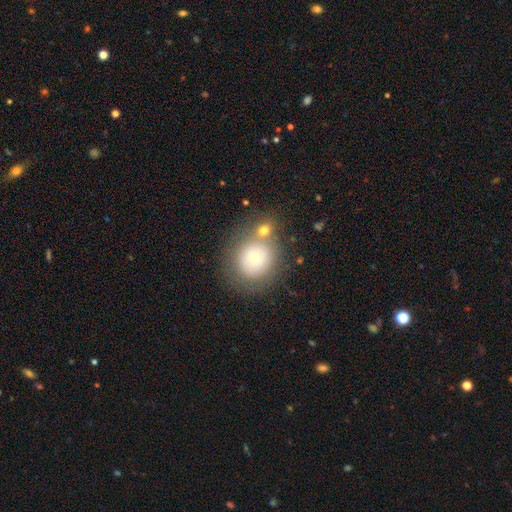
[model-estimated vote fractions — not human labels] This appears to be a smooth galaxy with no disk features (66%) that is round (85%). Merging: none (61%).